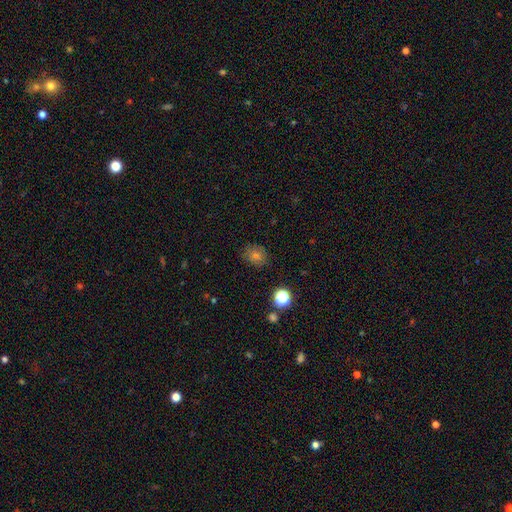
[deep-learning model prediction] Morphology: type=smooth (65%); roundness=round (73%); merging=none (83%).